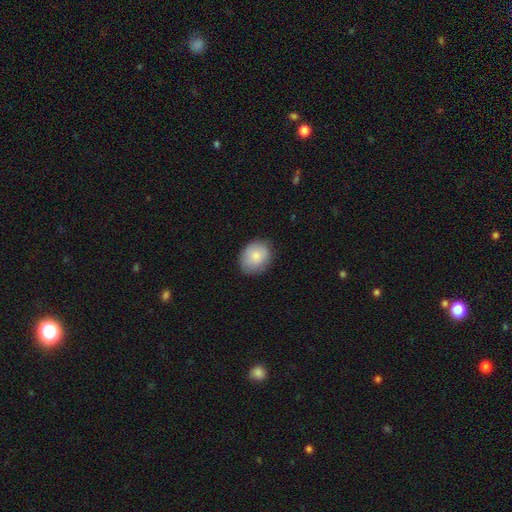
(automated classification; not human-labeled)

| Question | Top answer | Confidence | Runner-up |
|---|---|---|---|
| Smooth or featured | smooth | 82% | featured or disk (11%) |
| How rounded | round | 50% | tied: in between (50%) |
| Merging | none | 80% | minor disturbance (15%) |